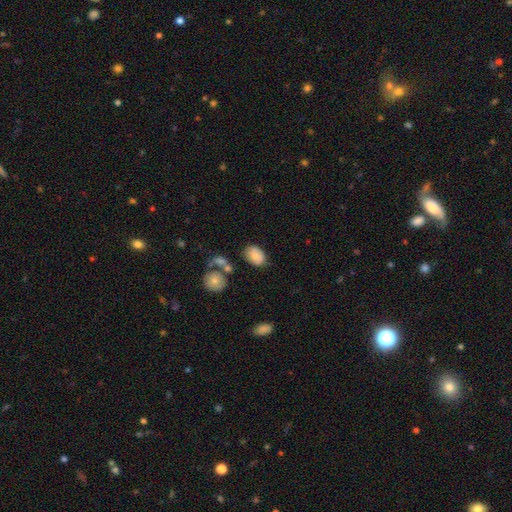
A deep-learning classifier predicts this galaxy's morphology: Smooth or featured? smooth (80%)
How rounded? in between (81%)
Merging? none (67%)